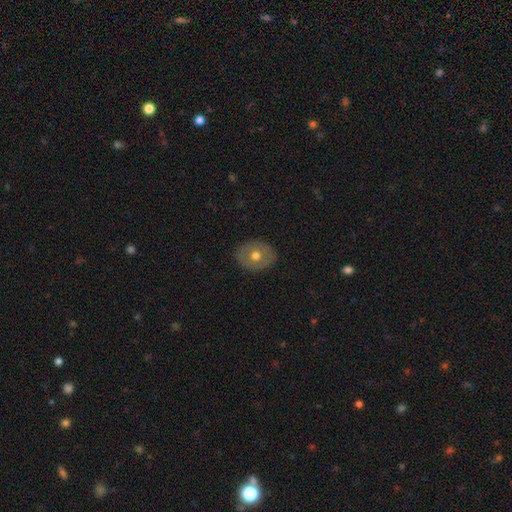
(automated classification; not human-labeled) A smooth galaxy with no disk features (59%) that is round (53%). Merging: none (88%).